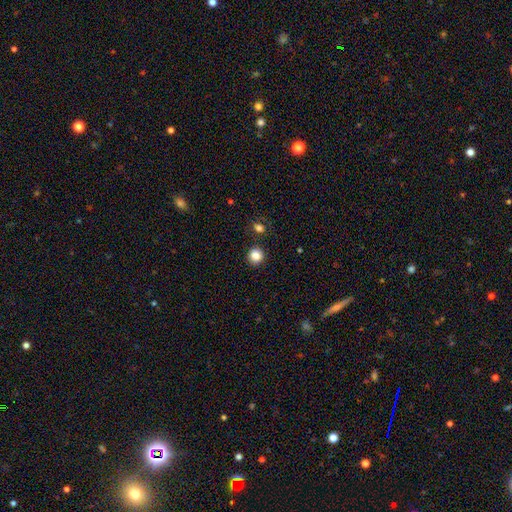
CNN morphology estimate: Q: Smooth or featured?
A: smooth (85%); runner-up: star or artifact (11%)
Q: How rounded?
A: round (91%); runner-up: in between (8%)
Q: Merging?
A: none (89%); runner-up: minor disturbance (6%)